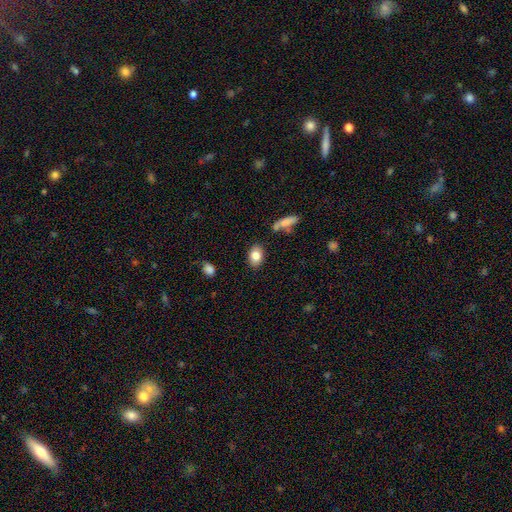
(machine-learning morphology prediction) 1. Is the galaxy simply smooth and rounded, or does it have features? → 83% smooth, 9% featured or disk, 8% star or artifact.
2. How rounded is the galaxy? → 84% in between, 14% round, 2% cigar-shaped.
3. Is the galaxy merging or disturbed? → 83% none, 11% minor disturbance, 3% merger, 3% major disturbance.